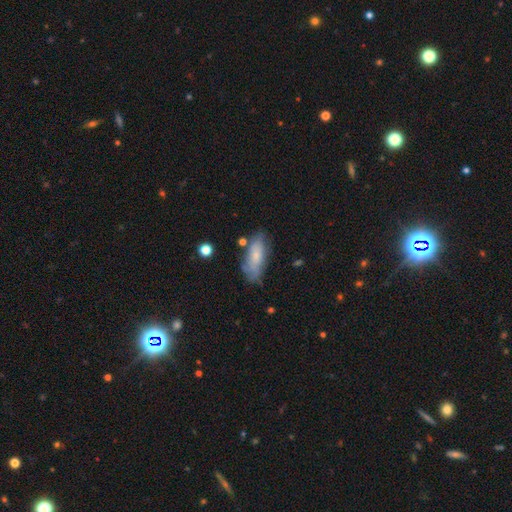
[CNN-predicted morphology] Q: Smooth or featured?
A: smooth (67%); runner-up: featured or disk (26%)
Q: How rounded?
A: in between (78%); runner-up: cigar-shaped (19%)
Q: Merging?
A: none (62%); runner-up: minor disturbance (26%)